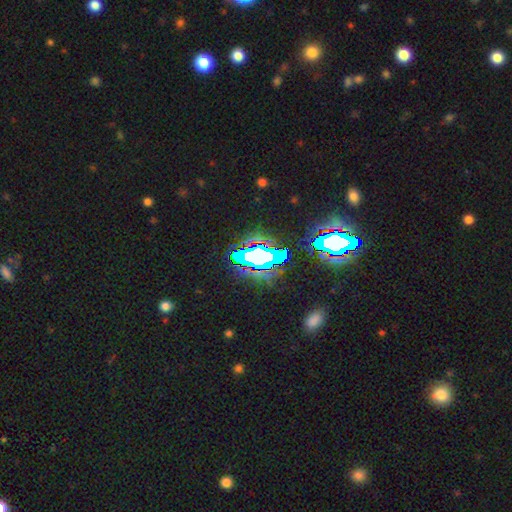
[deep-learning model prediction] Smooth or featured?
  - star or artifact: 56% *
  - smooth: 23%
  - featured or disk: 21%